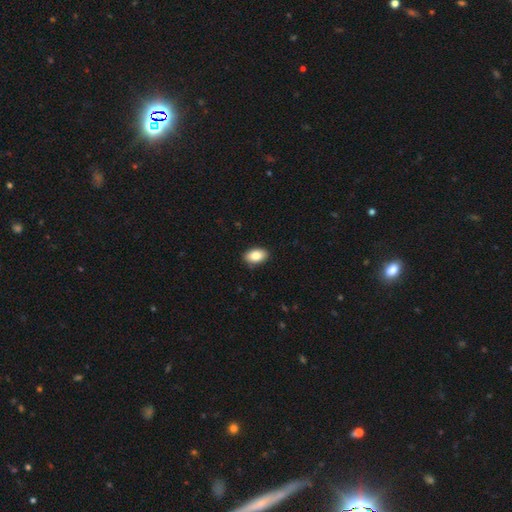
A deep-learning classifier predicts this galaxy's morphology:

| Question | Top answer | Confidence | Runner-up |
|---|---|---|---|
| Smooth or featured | smooth | 85% | featured or disk (8%) |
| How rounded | in between | 90% | round (9%) |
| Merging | none | 90% | minor disturbance (8%) |